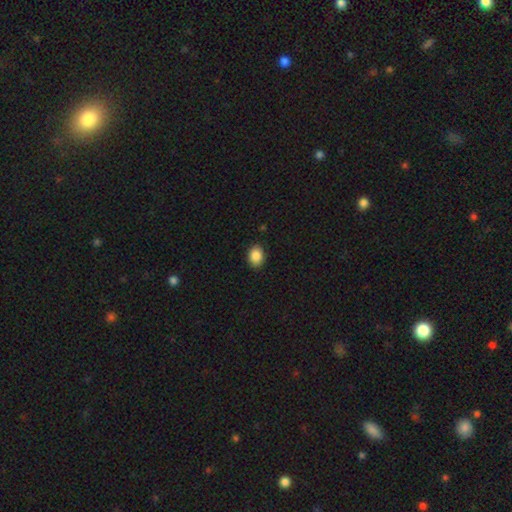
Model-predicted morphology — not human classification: The model was most divided on "how rounded": in between: 67%, round: 32%, cigar-shaped: 1%. More confident: merging — none (89%); smooth or featured — smooth (88%).